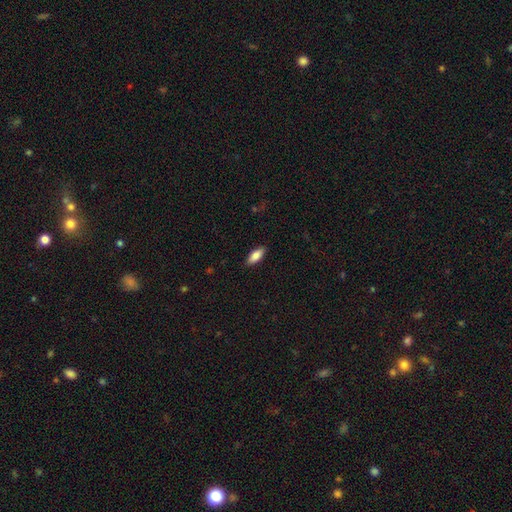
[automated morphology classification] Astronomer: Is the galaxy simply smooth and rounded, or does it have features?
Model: smooth — 82%.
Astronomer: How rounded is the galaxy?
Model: in between — 77%.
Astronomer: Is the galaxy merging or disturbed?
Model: none — 89%.